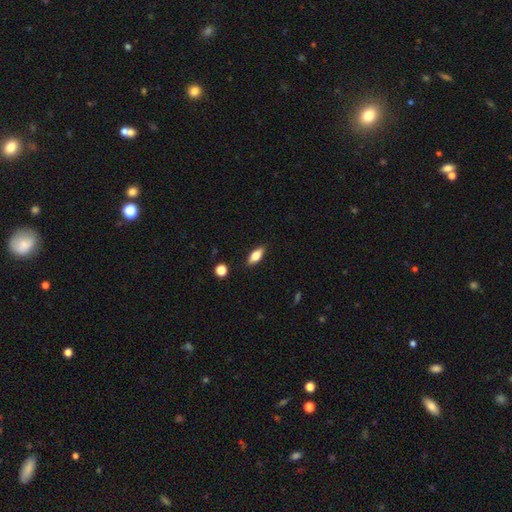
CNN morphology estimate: A smooth galaxy with no disk features (72%) that is in between round and cigar-shaped (78%).

Vote fractions:
- Smooth or featured? smooth: 72% / featured or disk: 20% / star or artifact: 7%
- How rounded? in between: 78% / cigar-shaped: 19% / round: 3%
- Merging? none: 88% / minor disturbance: 9% / major disturbance: 2% / merger: 1%